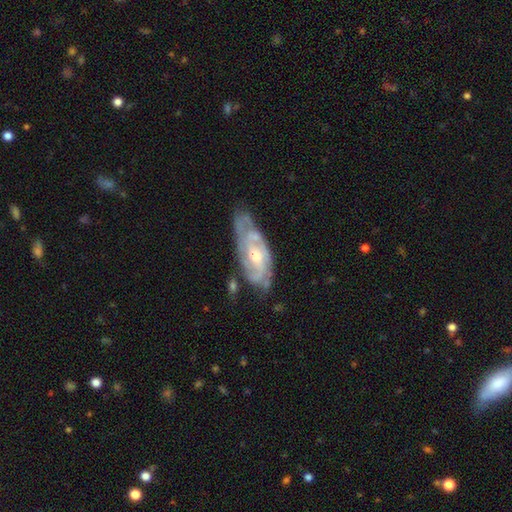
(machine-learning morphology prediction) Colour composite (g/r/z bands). It shows a featured or disk galaxy (84%) with no bar (57%), 2 (37%) tight (61%) spiral arms (93%) and a moderate central bulge (57%). Merging: none (63%).